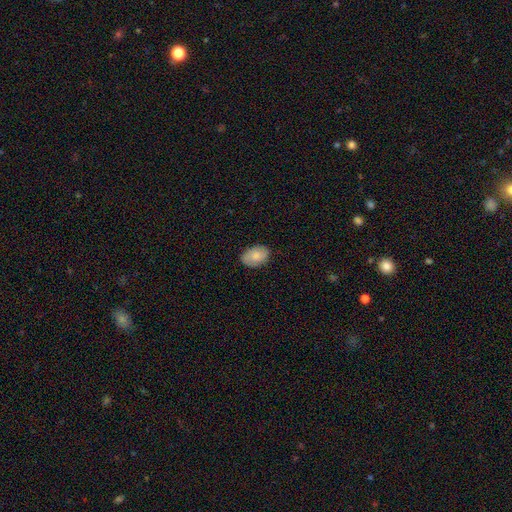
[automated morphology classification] smooth_or_featured: smooth (p=0.78) [alt: featured or disk p=0.16]
how_rounded: in between (p=0.85) [alt: round p=0.14]
merging: none (p=0.83) [alt: minor disturbance p=0.13]